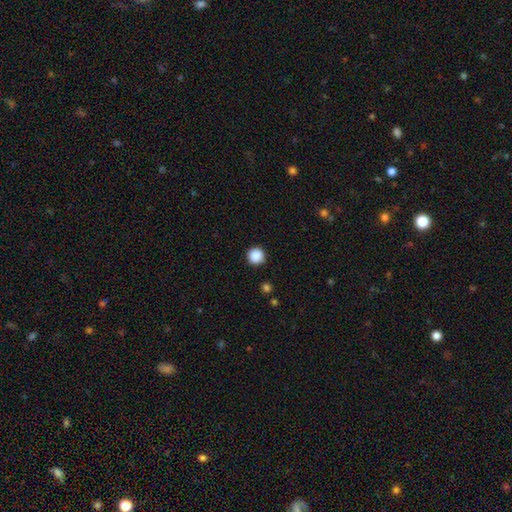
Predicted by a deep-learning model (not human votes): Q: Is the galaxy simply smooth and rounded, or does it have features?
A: smooth — 88%.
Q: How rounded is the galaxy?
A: round — 96%.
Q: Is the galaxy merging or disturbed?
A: none — 91%.